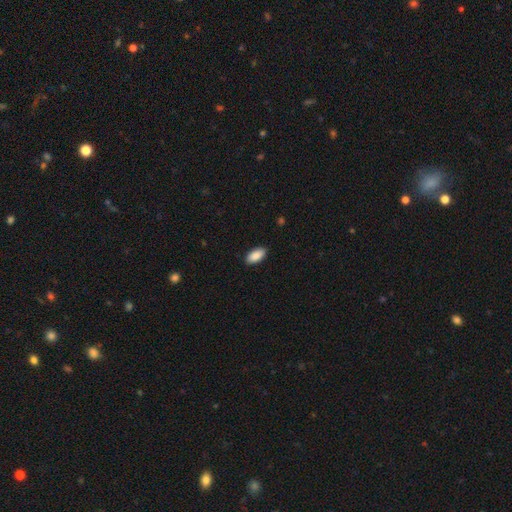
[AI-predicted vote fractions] smooth-or-featured: smooth: 90% | star or artifact: 6% | featured or disk: 4%
  how-rounded: in between: 93% | cigar-shaped: 5% | round: 2%
  merging: none: 90% | minor disturbance: 8% | major disturbance: 2% | merger: 1%